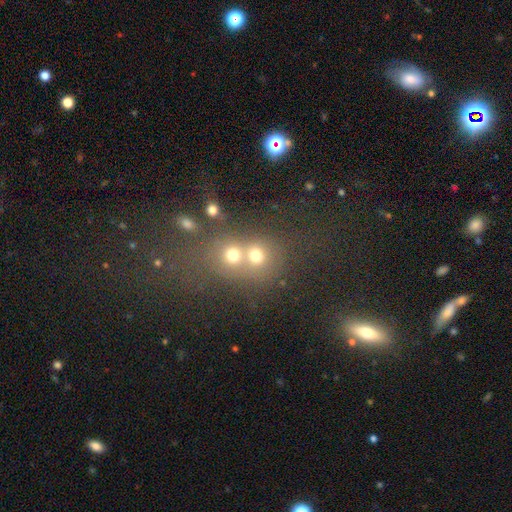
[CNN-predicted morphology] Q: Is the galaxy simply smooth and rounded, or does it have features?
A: smooth — 68%.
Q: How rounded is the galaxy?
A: round — 79%.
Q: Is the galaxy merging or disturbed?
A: merger — 54%.